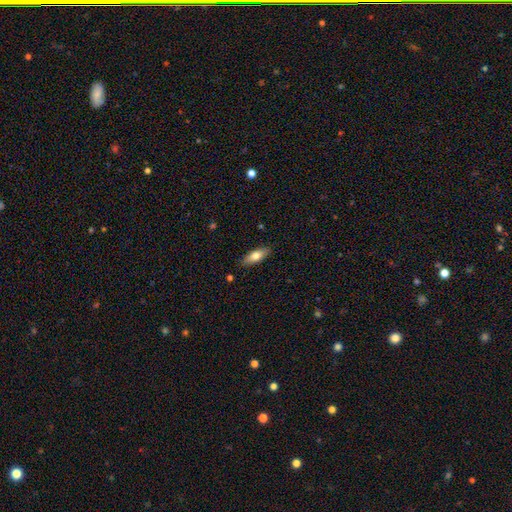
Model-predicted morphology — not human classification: type=smooth (70%); roundness=in between (65%); merging=none (87%).